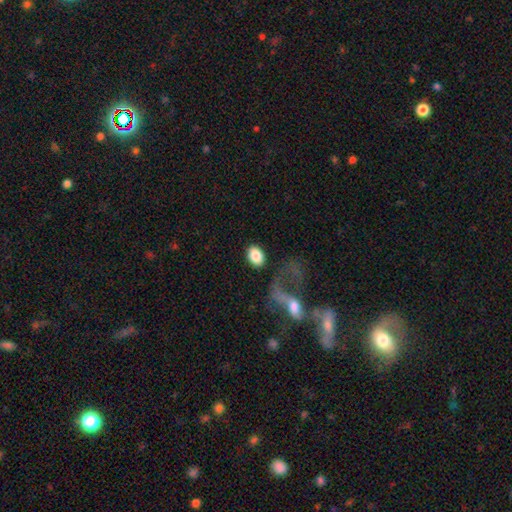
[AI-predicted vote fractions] A smooth galaxy with no disk features (84%) that is in between round and cigar-shaped (80%). Merging: none (70%).